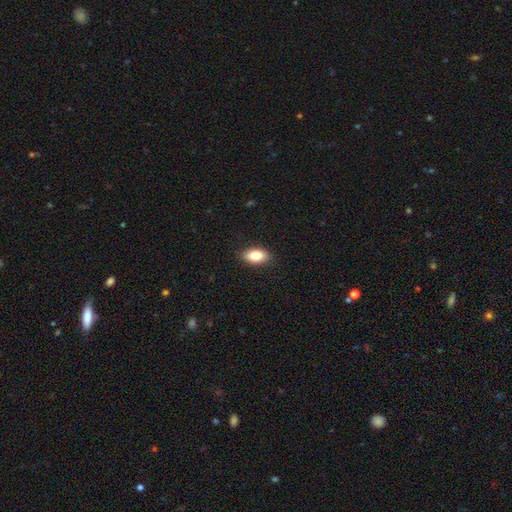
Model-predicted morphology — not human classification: Smooth or featured?
  - smooth: 82% *
  - featured or disk: 11%
  - star or artifact: 7%
How rounded?
  - in between: 90% *
  - round: 5%
  - cigar-shaped: 5%
Merging?
  - none: 89% *
  - minor disturbance: 8%
  - major disturbance: 2%
  - merger: 1%